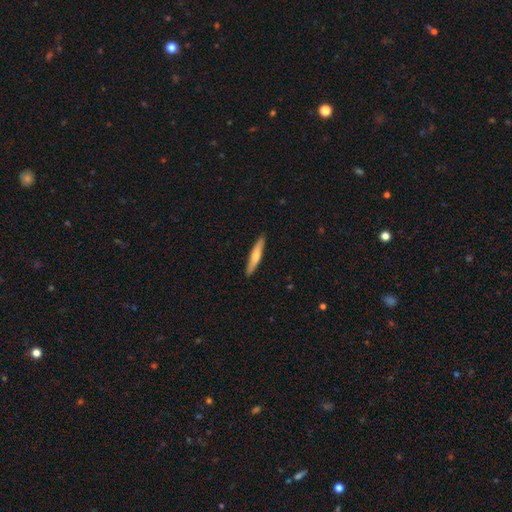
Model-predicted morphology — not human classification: Smooth or featured: smooth — 63% (featured or disk — 31%)
How rounded: cigar-shaped — 90% (in between — 8%)
Merging: none — 91% (minor disturbance — 7%)